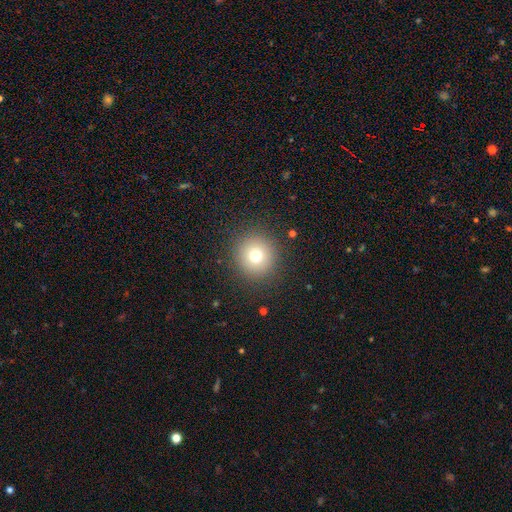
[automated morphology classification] smooth_or_featured: smooth (p=0.74) [alt: star or artifact p=0.15]
how_rounded: round (p=0.94) [alt: in between p=0.05]
merging: none (p=0.90) [alt: minor disturbance p=0.06]